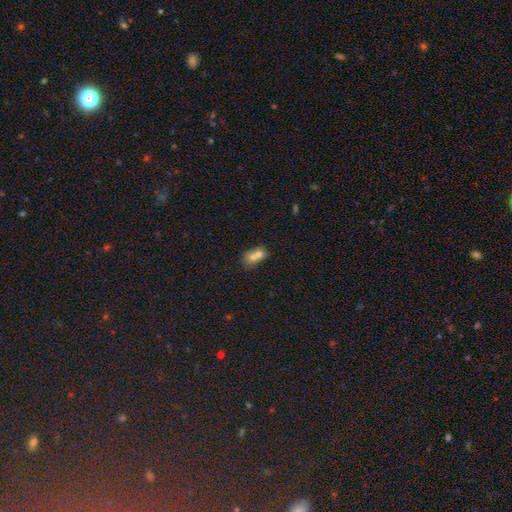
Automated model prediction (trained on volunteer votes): Smooth or featured: smooth — 66% (featured or disk — 22%)
How rounded: in between — 51% (round — 47%)
Merging: merger — 69% (none — 21%)